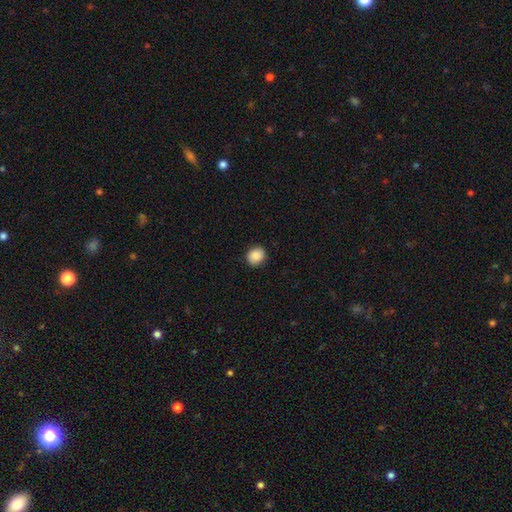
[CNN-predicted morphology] The model was most divided on "how rounded": round: 79%, in between: 20%, cigar-shaped: 1%. More confident: merging — none (89%); smooth or featured — smooth (88%).